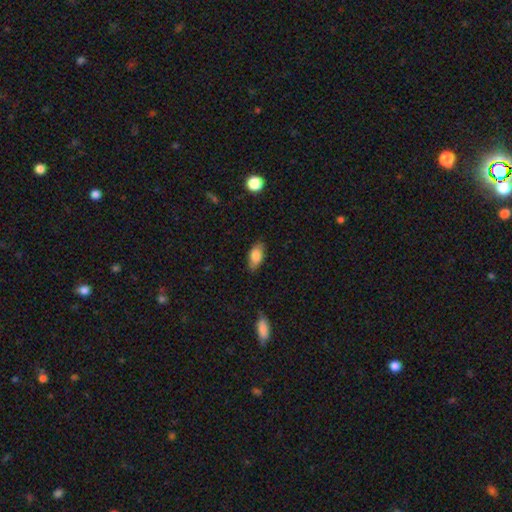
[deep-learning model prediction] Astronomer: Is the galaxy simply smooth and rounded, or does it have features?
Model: smooth — 82%.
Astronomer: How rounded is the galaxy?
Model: in between — 90%.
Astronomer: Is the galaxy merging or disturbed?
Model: none — 81%.